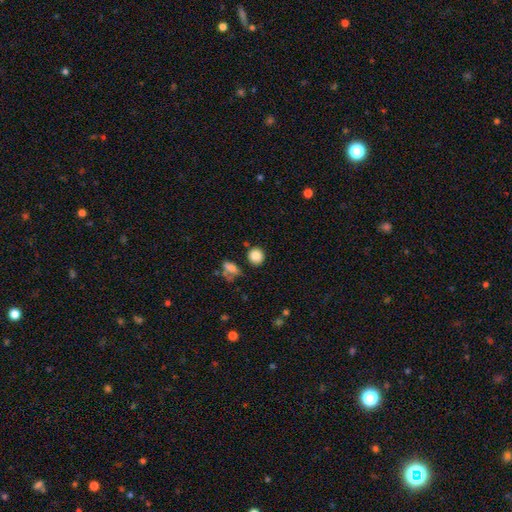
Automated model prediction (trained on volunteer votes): Q: Smooth or featured?
A: smooth (86%); runner-up: star or artifact (10%)
Q: How rounded?
A: round (86%); runner-up: in between (13%)
Q: Merging?
A: none (80%); runner-up: minor disturbance (11%)